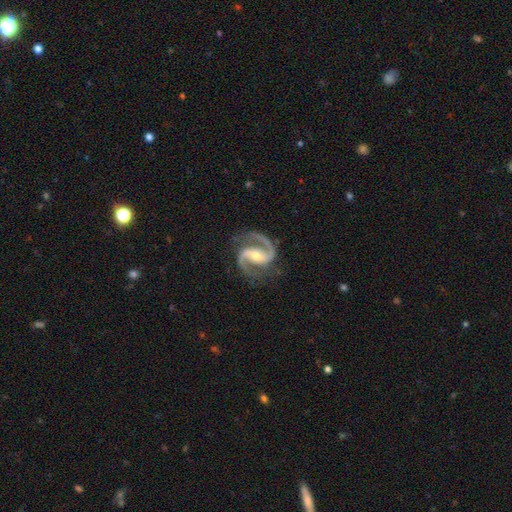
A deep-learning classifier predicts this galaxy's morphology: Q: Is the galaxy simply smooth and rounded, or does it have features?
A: featured or disk — 94%.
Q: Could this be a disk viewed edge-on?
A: no — 98%.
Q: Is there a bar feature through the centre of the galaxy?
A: strong — 43%.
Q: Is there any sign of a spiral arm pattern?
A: yes — 99%.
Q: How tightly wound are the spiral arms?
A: medium — 68%.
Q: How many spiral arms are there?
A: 2 — 94%.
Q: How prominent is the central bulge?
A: moderate — 53%.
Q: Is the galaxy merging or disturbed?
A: none — 81%.